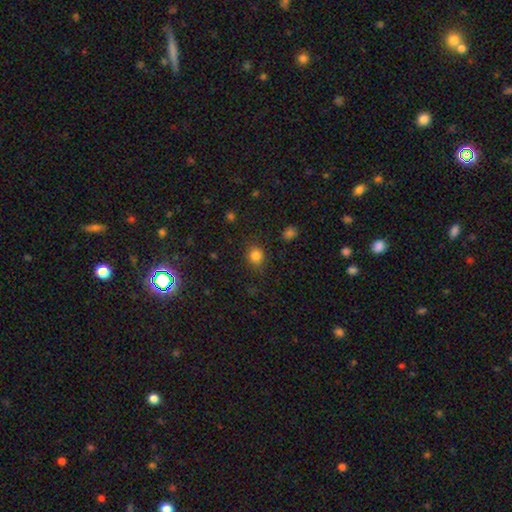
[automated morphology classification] This appears to be a smooth galaxy with no disk features (82%) that is round (76%). Merging: none (84%).